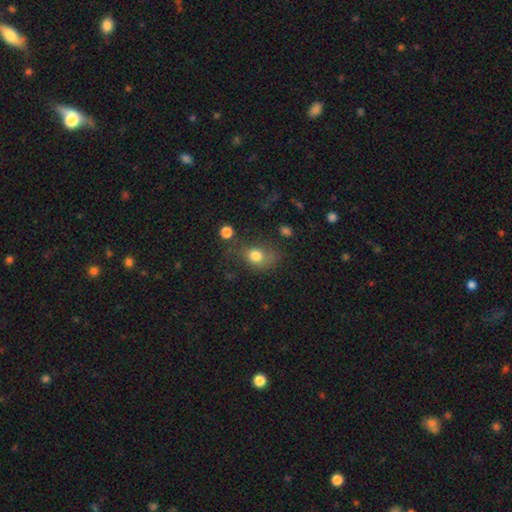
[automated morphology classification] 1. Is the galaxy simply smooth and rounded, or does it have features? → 75% smooth, 13% star or artifact, 12% featured or disk.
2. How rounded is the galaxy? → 52% in between, 47% round, 2% cigar-shaped.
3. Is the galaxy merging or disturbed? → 46% none, 26% minor disturbance, 21% major disturbance, 7% merger.